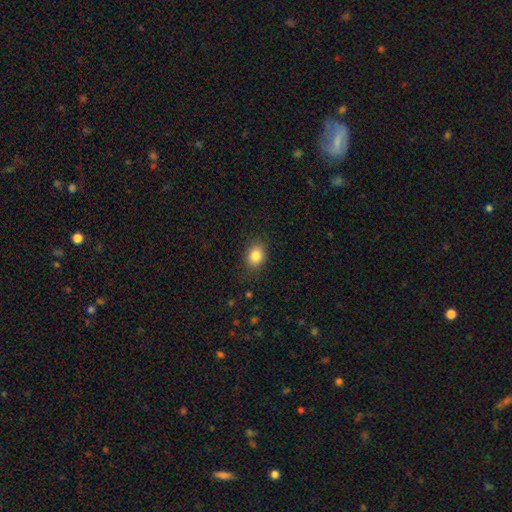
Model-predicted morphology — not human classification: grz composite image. It shows a smooth galaxy with no disk features (85%) that is in between round and cigar-shaped (61%). Merging: none (83%).